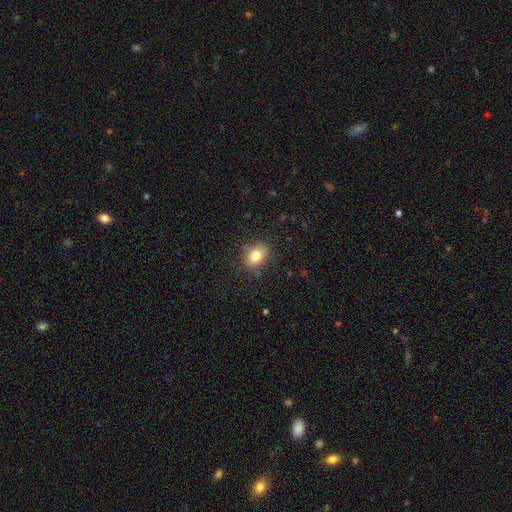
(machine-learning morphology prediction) This is clearly a smooth galaxy (81%). How rounded: likely in between (69%). Merging: clearly none (81%).